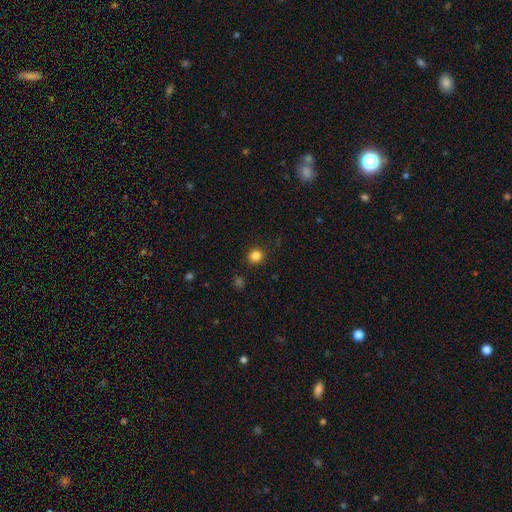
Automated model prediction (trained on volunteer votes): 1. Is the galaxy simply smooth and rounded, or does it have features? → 83% smooth, 13% star or artifact, 4% featured or disk.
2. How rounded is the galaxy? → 88% round, 11% in between, 1% cigar-shaped.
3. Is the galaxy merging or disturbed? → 89% none, 7% minor disturbance, 2% major disturbance, 2% merger.